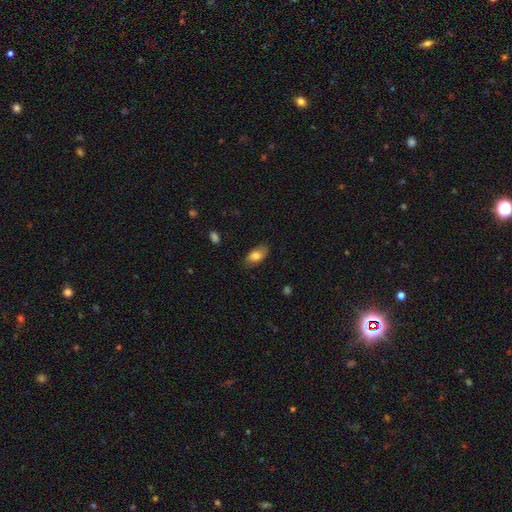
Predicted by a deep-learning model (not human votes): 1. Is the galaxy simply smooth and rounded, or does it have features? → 78% smooth, 15% featured or disk, 7% star or artifact.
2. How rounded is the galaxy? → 93% in between, 4% round, 3% cigar-shaped.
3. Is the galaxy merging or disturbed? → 79% none, 17% minor disturbance, 4% major disturbance, 1% merger.